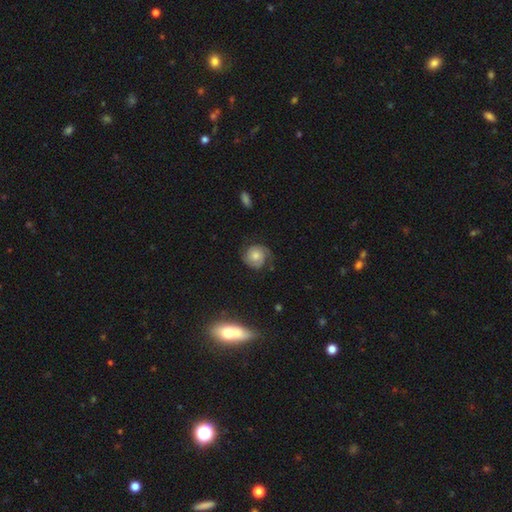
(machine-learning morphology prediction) Smooth or featured: featured or disk — 57% (smooth — 35%)
Edge-on disk: no — 97% (yes — 3%)
Bar: no — 78% (weak — 19%)
Spiral arms: yes — 90% (no — 10%)
Bulge size: moderate — 54% (small — 29%)
Merging: none — 65% (minor disturbance — 22%)